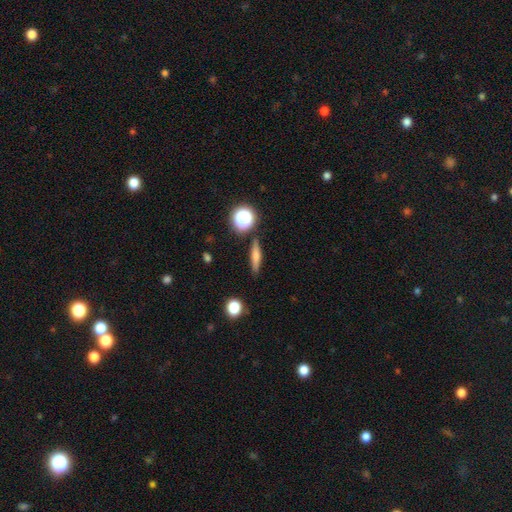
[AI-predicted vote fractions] smooth 62%, featured or disk 27%, star or artifact 11%. Down the decision tree: how rounded — cigar-shaped (74%); merging — none (87%).